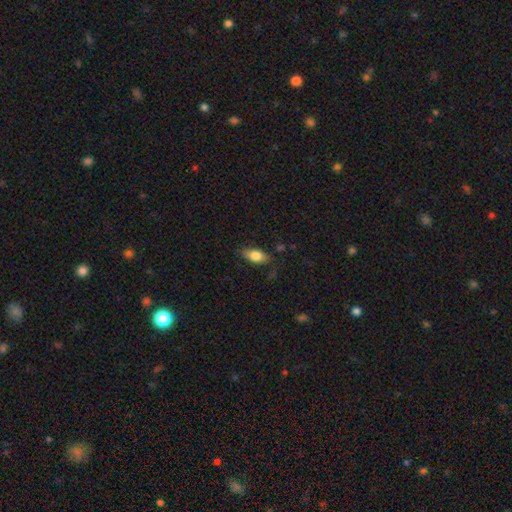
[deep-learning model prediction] Smooth or featured?
  - smooth: 79% *
  - featured or disk: 13%
  - star or artifact: 7%
How rounded?
  - in between: 87% *
  - cigar-shaped: 8%
  - round: 5%
Merging?
  - none: 77% *
  - minor disturbance: 17%
  - major disturbance: 4%
  - merger: 2%